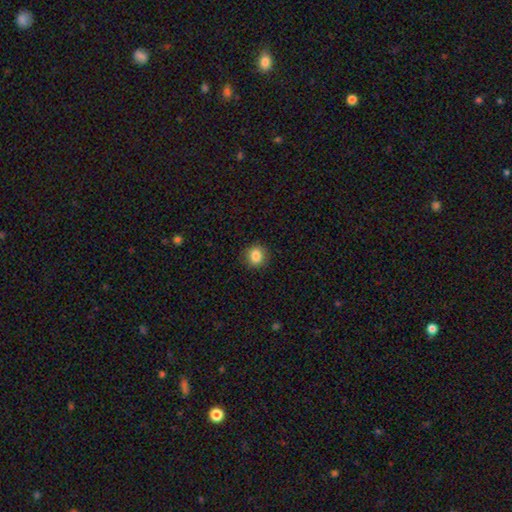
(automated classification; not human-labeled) smooth-or-featured: smooth: 86% | star or artifact: 10% | featured or disk: 5%
  how-rounded: round: 81% | in between: 18% | cigar-shaped: 1%
  merging: none: 89% | minor disturbance: 7% | major disturbance: 2% | merger: 1%